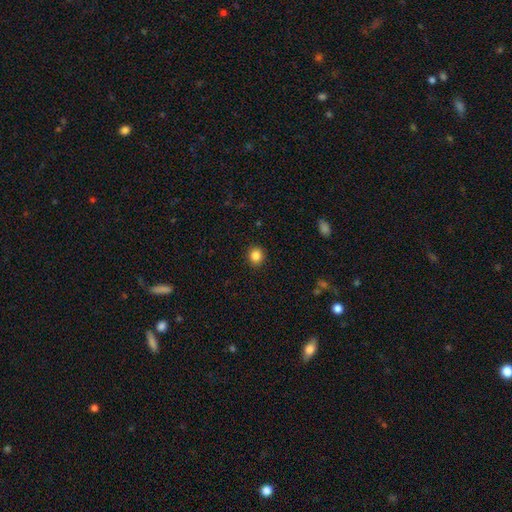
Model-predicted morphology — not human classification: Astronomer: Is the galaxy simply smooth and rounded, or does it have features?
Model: smooth — 85%.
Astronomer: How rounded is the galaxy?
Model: round — 87%.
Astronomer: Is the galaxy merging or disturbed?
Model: none — 91%.